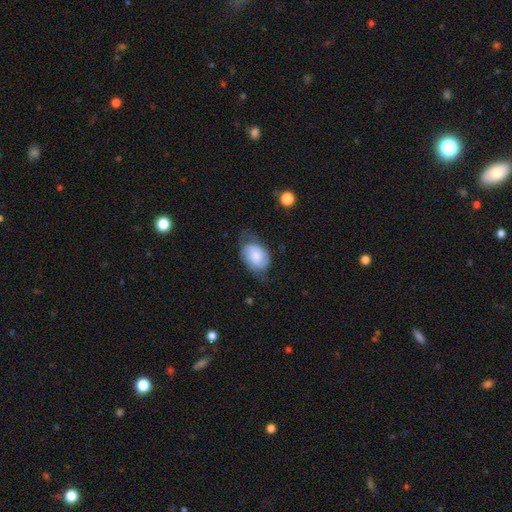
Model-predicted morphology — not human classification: A smooth galaxy with no disk features (63%) that is in between round and cigar-shaped (81%).

Vote fractions:
- Smooth or featured? smooth: 63% / featured or disk: 30% / star or artifact: 7%
- How rounded? in between: 81% / round: 18% / cigar-shaped: 1%
- Merging? none: 50% / minor disturbance: 35% / major disturbance: 14% / merger: 2%